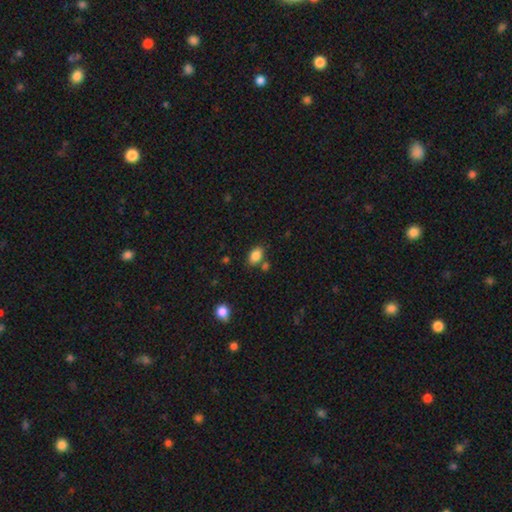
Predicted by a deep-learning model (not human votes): The model was most divided on "merging": none: 73%, minor disturbance: 13%, merger: 11%, major disturbance: 4%. More confident: smooth or featured — smooth (85%); how rounded — in between (85%).